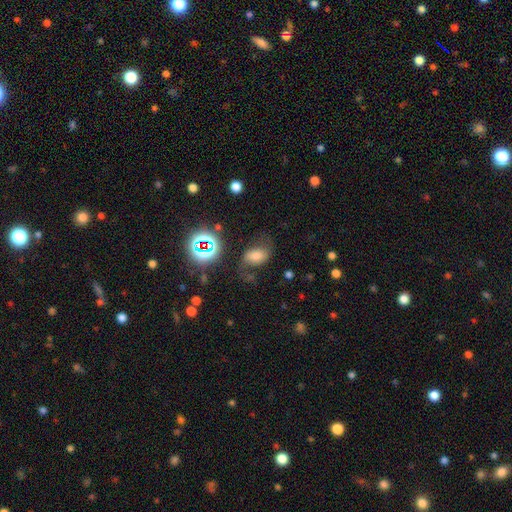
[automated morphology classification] A smooth galaxy with no disk features (51%) that is in between round and cigar-shaped (83%). Merging: none (55%).